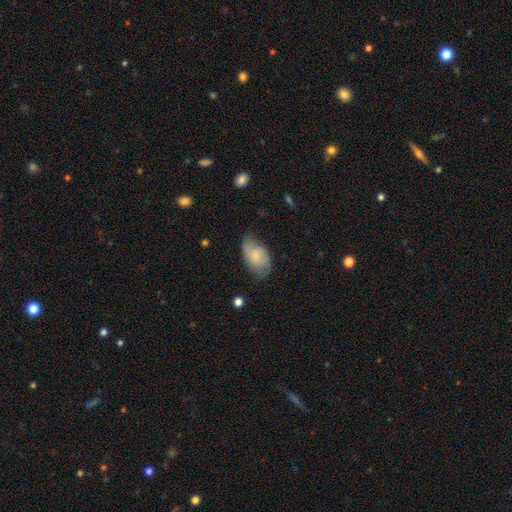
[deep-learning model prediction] This appears to be a smooth galaxy with no disk features (60%) that is in between round and cigar-shaped (92%). Merging: none (62%).